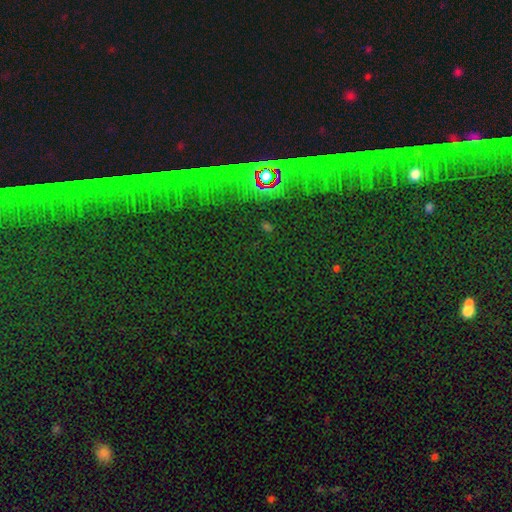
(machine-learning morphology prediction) This appears to be a star or artifact, not a galaxy (80%).